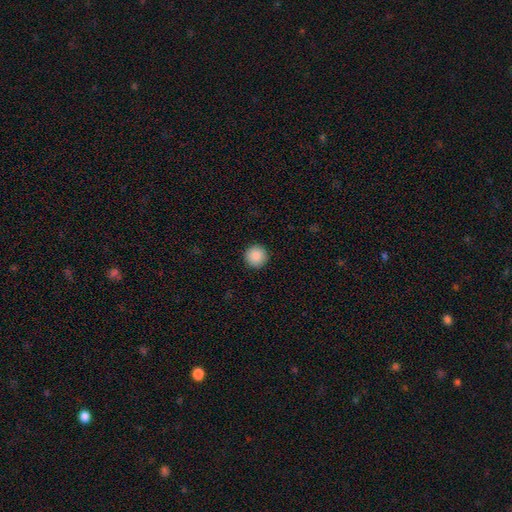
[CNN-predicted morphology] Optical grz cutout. It shows a smooth galaxy with no disk features (88%) that is round (96%). Merging: none (93%).